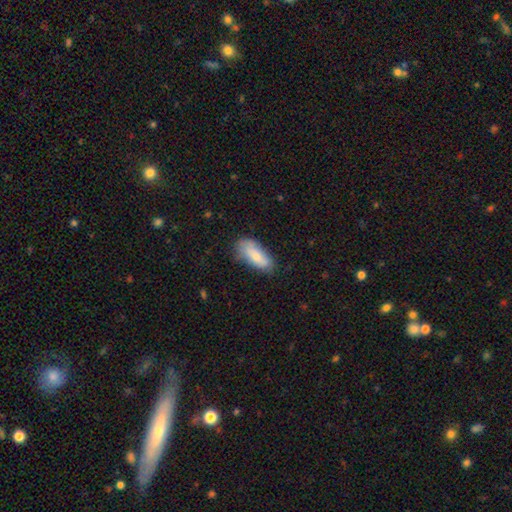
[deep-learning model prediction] smooth 75%, featured or disk 19%, star or artifact 6%. Down the decision tree: how rounded — in between (84%); merging — none (69%).